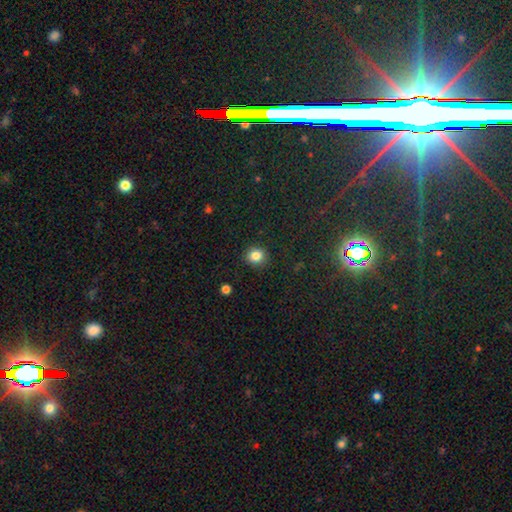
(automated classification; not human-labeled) Morphology: type=smooth (83%); roundness=round (84%); merging=none (89%).